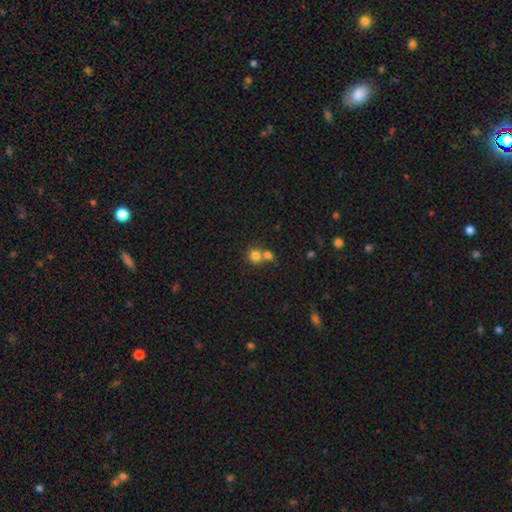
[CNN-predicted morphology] A smooth galaxy with no disk features (79%) that is round (84%). Merging: merger (49%).